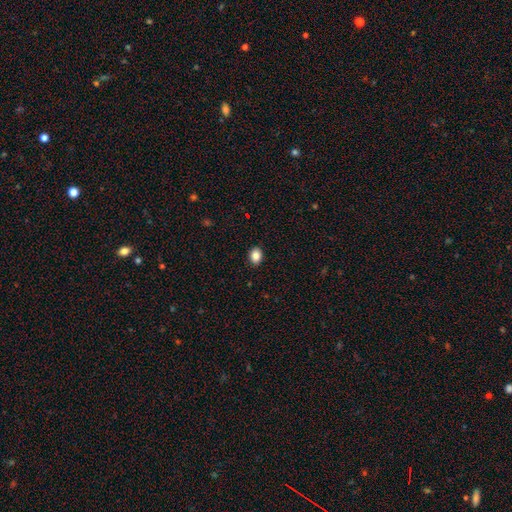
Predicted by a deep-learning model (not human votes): A smooth galaxy with no disk features (86%) that is in between round and cigar-shaped (57%).

Vote fractions:
- Smooth or featured? smooth: 86% / star or artifact: 9% / featured or disk: 5%
- How rounded? in between: 57% / round: 42% / cigar-shaped: 1%
- Merging? none: 90% / minor disturbance: 7% / major disturbance: 2% / merger: 1%